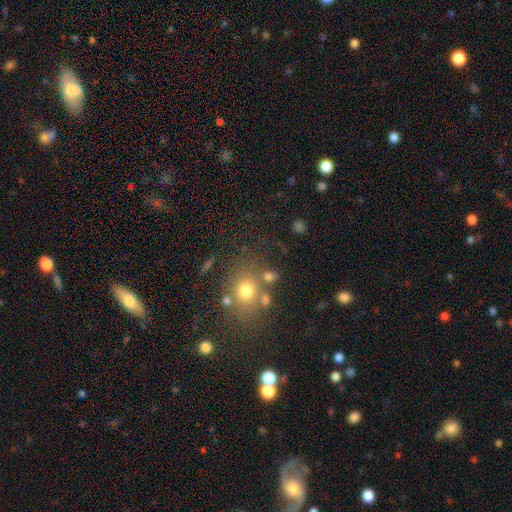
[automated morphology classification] This is possibly a smooth galaxy (53%). How rounded: likely round (69%). Merging: likely none (68%).